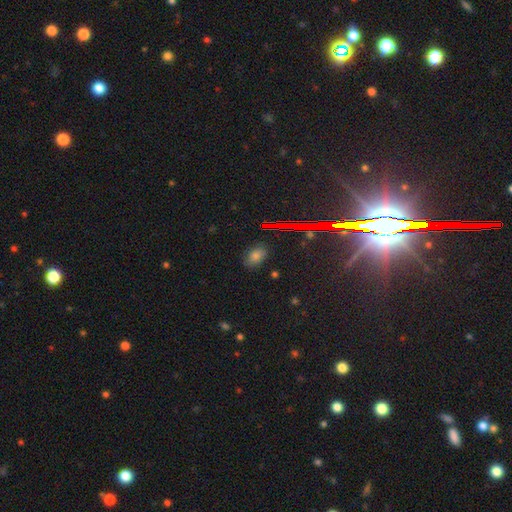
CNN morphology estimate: smooth 71%, star or artifact 21%, featured or disk 8%. Down the decision tree: how rounded — in between (83%); merging — none (83%).